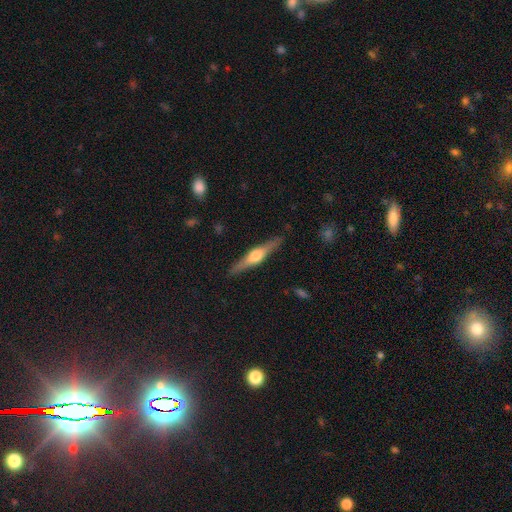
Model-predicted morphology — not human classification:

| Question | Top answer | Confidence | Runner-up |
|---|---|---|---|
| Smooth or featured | featured or disk | 70% | smooth (25%) |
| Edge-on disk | yes | 97% | no (3%) |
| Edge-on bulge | rounded | 89% | boxy (8%) |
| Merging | none | 89% | minor disturbance (8%) |